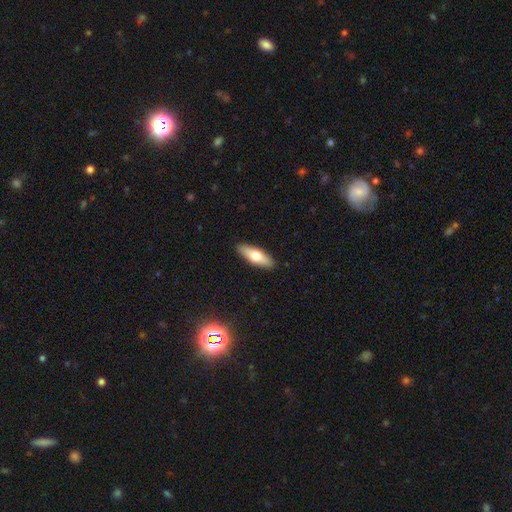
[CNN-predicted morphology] This appears to be a smooth galaxy with no disk features (65%) that is in between round and cigar-shaped (57%). Merging: none (90%).